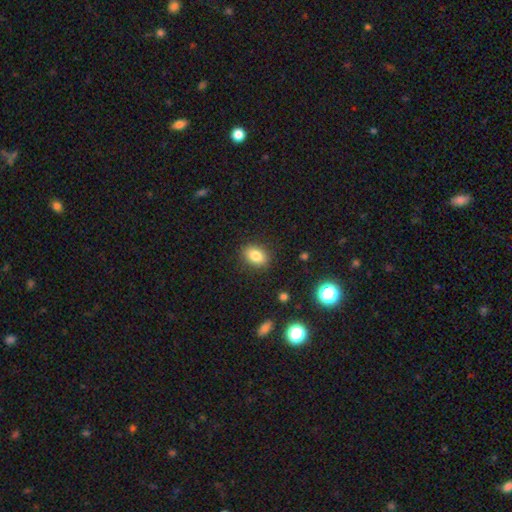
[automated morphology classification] type=smooth (83%); roundness=in between (77%); merging=none (86%).